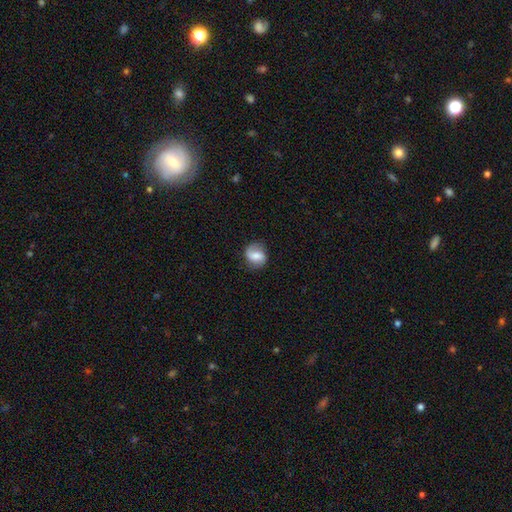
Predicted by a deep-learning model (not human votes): smooth_or_featured: smooth (p=0.53) [alt: featured or disk p=0.39]
how_rounded: round (p=0.65) [alt: in between p=0.34]
merging: none (p=0.75) [alt: minor disturbance p=0.18]